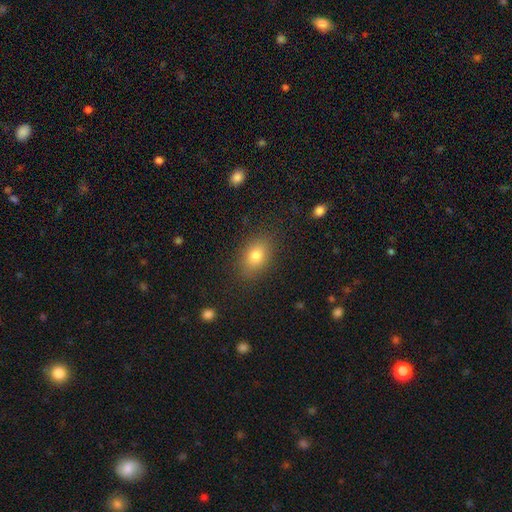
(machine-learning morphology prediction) Smooth or featured? Predicted: smooth (p=0.79). How rounded? Predicted: in between (p=0.79). Merging? Predicted: none (p=0.85).